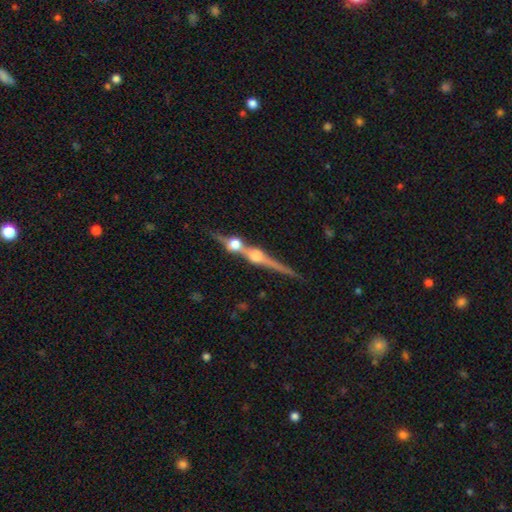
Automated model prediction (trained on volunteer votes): The model was most divided on "merging": none: 59%, merger: 30%, minor disturbance: 8%, major disturbance: 3%. More confident: edge-on disk — yes (96%); edge-on bulge — rounded (93%); smooth or featured — featured or disk (77%).